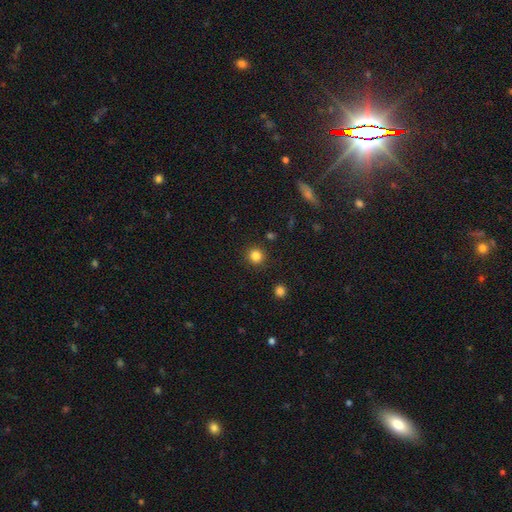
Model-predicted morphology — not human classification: Q: Smooth or featured?
A: smooth (83%); runner-up: star or artifact (12%)
Q: How rounded?
A: round (94%); runner-up: in between (5%)
Q: Merging?
A: none (90%); runner-up: minor disturbance (6%)